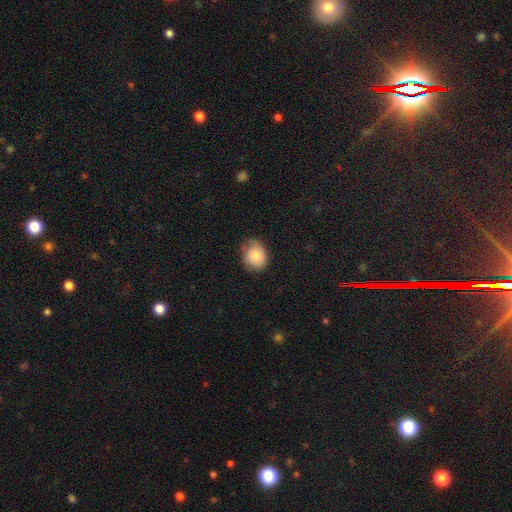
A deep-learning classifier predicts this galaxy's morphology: Overall: smooth (81%). How rounded: round (66%; in between 33%). Merging: none (58%; minor disturbance 33%).